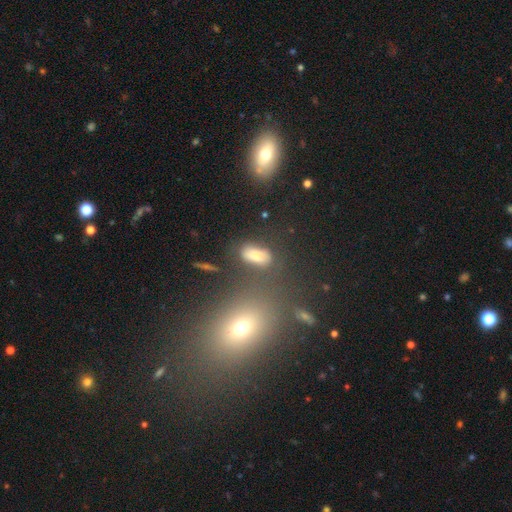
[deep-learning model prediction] Smooth or featured? smooth (72%)
How rounded? in between (84%)
Merging? none (62%)